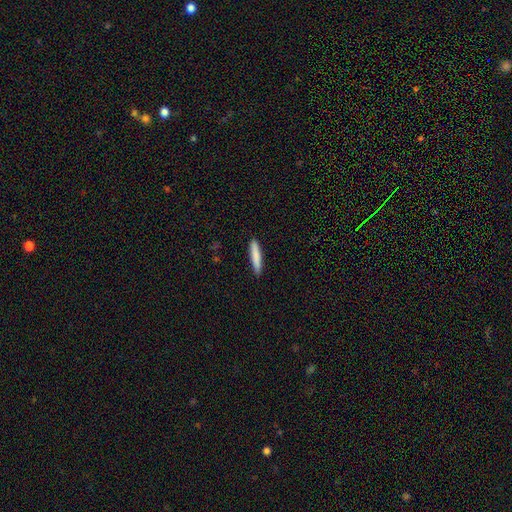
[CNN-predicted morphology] smooth-or-featured: smooth: 83% | featured or disk: 11% | star or artifact: 6%
  how-rounded: cigar-shaped: 91% | in between: 8% | round: 1%
  merging: none: 89% | minor disturbance: 8% | major disturbance: 2% | merger: 1%